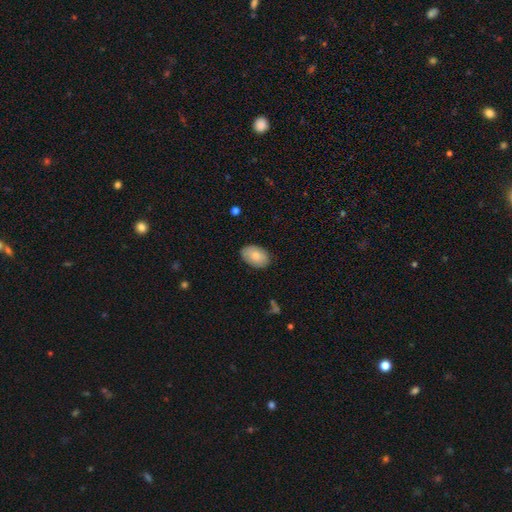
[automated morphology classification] Smooth or featured: smooth — 79% (featured or disk — 14%)
How rounded: in between — 91% (round — 8%)
Merging: none — 84% (minor disturbance — 12%)